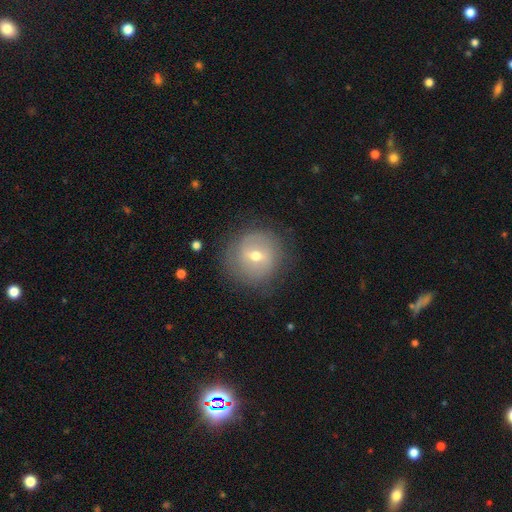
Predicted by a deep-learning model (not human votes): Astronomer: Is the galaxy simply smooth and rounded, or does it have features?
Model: featured or disk — 48% (runner-up: smooth, 41%).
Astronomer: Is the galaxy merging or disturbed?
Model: none — 79%.